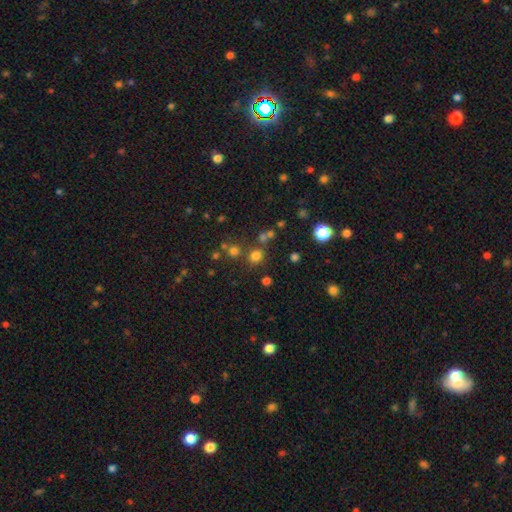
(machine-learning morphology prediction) smooth_or_featured: smooth (p=0.72) [alt: star or artifact p=0.22]
how_rounded: round (p=0.86) [alt: in between p=0.13]
merging: none (p=0.74) [alt: merger p=0.13]